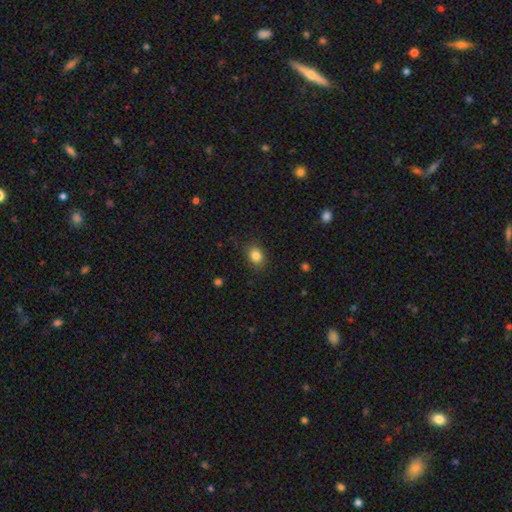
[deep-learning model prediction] smooth-or-featured: smooth: 84% | star or artifact: 10% | featured or disk: 6%
  how-rounded: in between: 55% | round: 44% | cigar-shaped: 1%
  merging: none: 85% | minor disturbance: 11% | major disturbance: 3% | merger: 1%